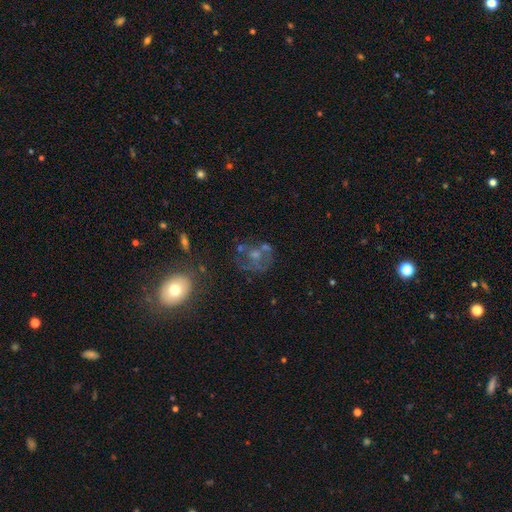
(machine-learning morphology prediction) Smooth or featured? featured or disk (52%)
Edge-on disk? no (97%)
Bar? no (84%)
Spiral arms? no (74%)
Bulge size? moderate (40%)
Merging? none (38%)